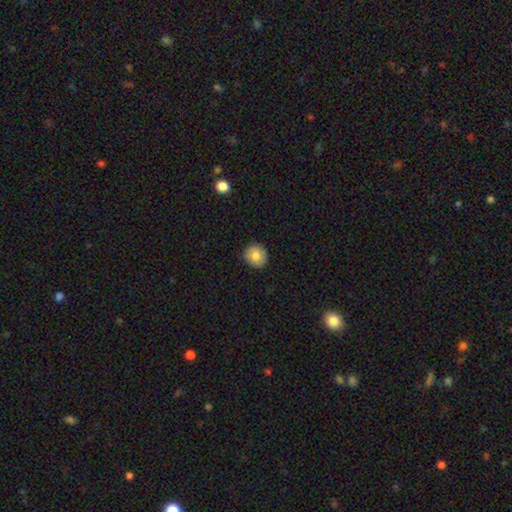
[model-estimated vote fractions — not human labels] smooth_or_featured: smooth (p=0.79) [alt: featured or disk p=0.13]
how_rounded: round (p=0.88) [alt: in between p=0.11]
merging: none (p=0.90) [alt: minor disturbance p=0.07]